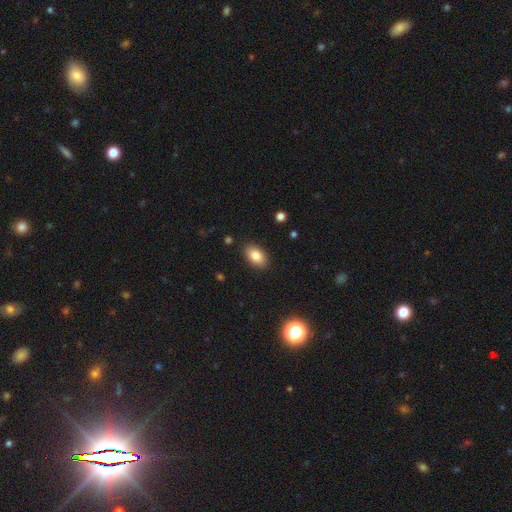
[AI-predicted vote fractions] Smooth or featured?
  - smooth: 83% *
  - star or artifact: 8%
  - featured or disk: 8%
How rounded?
  - in between: 90% *
  - round: 8%
  - cigar-shaped: 2%
Merging?
  - none: 88% *
  - minor disturbance: 8%
  - major disturbance: 2%
  - merger: 1%